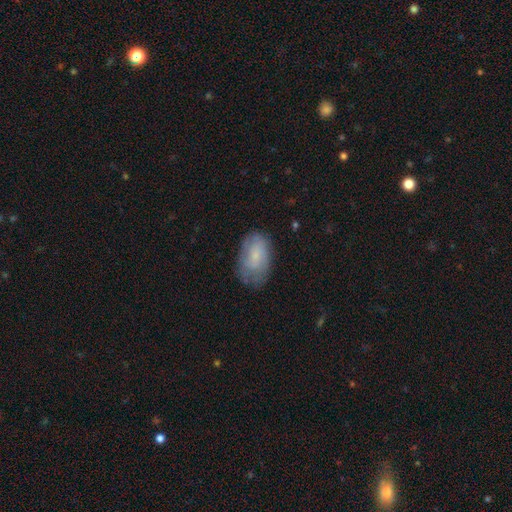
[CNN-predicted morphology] This appears to be a smooth galaxy with no disk features (60%) that is in between round and cigar-shaped (91%). Merging: none (67%).